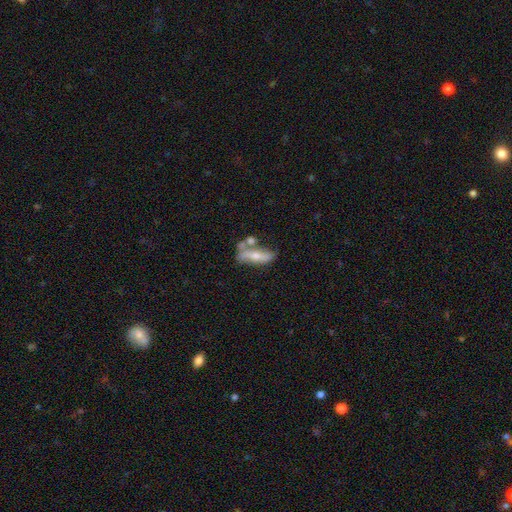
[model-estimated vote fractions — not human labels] Smooth or featured? Predicted: smooth (p=0.49). Merging? Predicted: none (p=0.44).